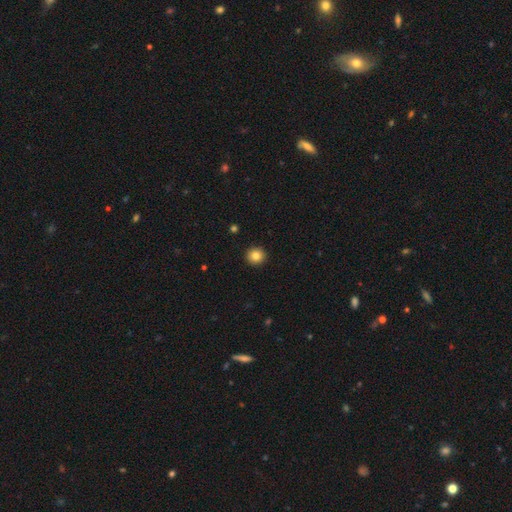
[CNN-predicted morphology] This is clearly a smooth galaxy (83%). How rounded: clearly round (94%). Merging: clearly none (93%).